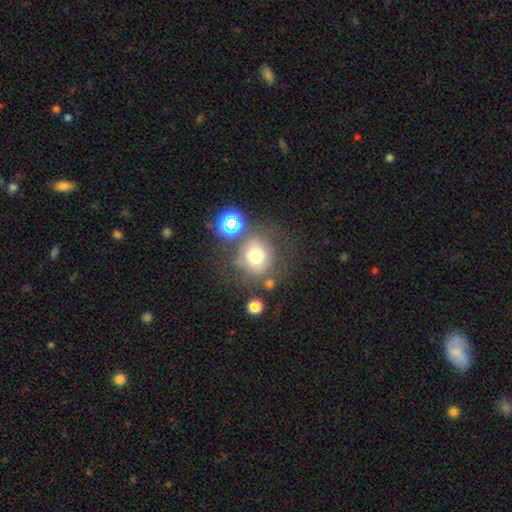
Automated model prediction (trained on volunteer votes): Smooth or featured? Predicted: smooth (p=0.67). How rounded? Predicted: round (p=0.85). Merging? Predicted: none (p=0.62).